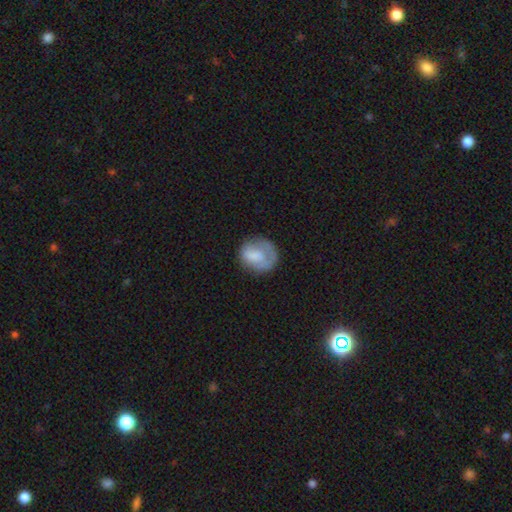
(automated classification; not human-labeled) Smooth or featured? smooth (63%)
How rounded? round (64%)
Merging? none (54%)